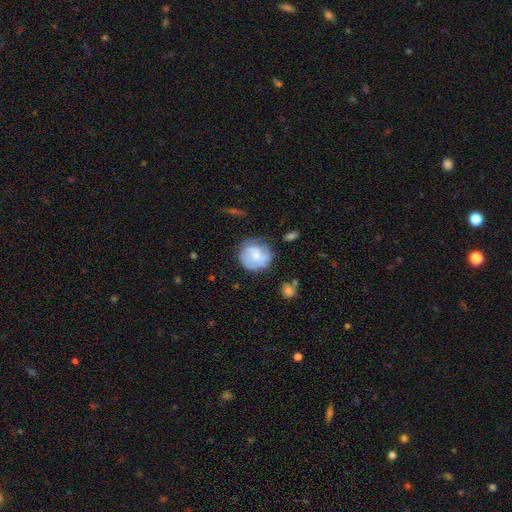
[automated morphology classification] Smooth or featured?
  - featured or disk: 48% *
  - smooth: 45%
  - star or artifact: 7%
Merging?
  - none: 66% *
  - minor disturbance: 21%
  - major disturbance: 10%
  - merger: 3%